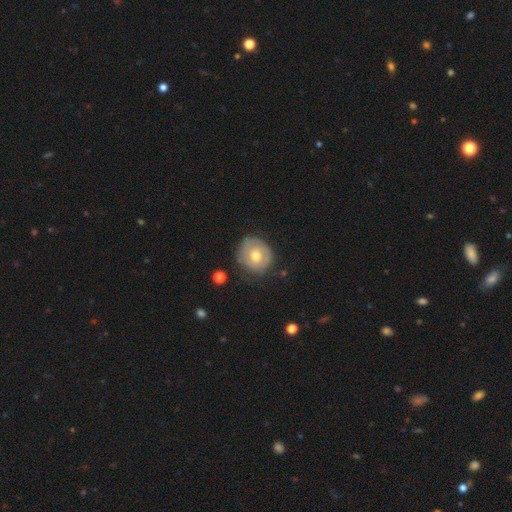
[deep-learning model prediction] Q: Smooth or featured?
A: smooth (52%); runner-up: featured or disk (42%)
Q: How rounded?
A: round (80%); runner-up: in between (19%)
Q: Merging?
A: none (69%); runner-up: minor disturbance (23%)